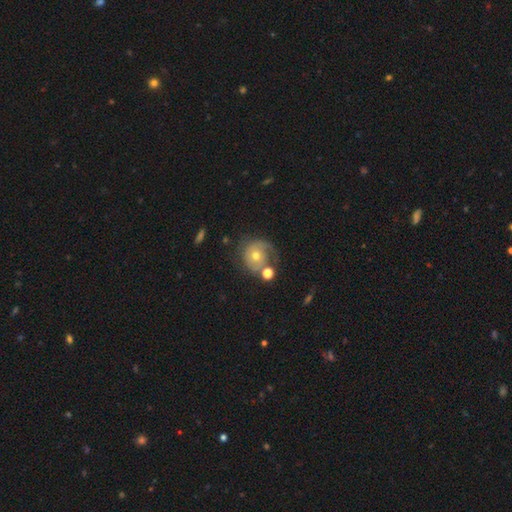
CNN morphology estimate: Overall: featured or disk (55%; smooth 36%). Edge-on disk: no (97%). Bar: no (83%). Spiral arms: yes (76%). Bulge size: moderate (63%; small 30%). Merging: none (43%; major disturbance 21%).